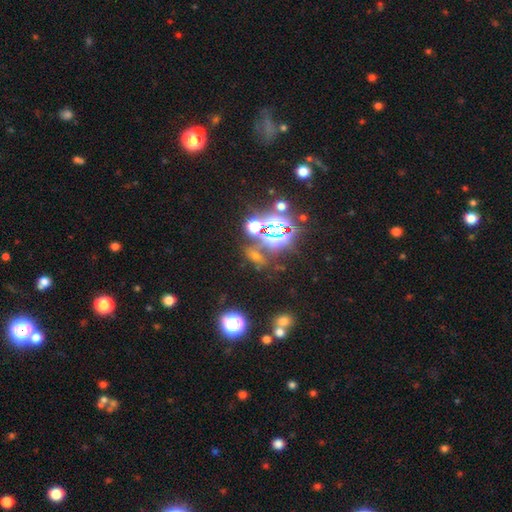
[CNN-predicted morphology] This appears to be a star or artifact, not a galaxy (62%).